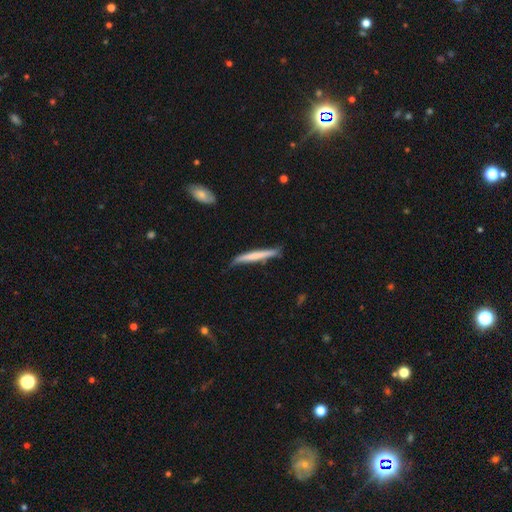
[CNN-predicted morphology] Smooth or featured? Predicted: smooth (p=0.60). How rounded? Predicted: cigar-shaped (p=0.96). Merging? Predicted: none (p=0.72).